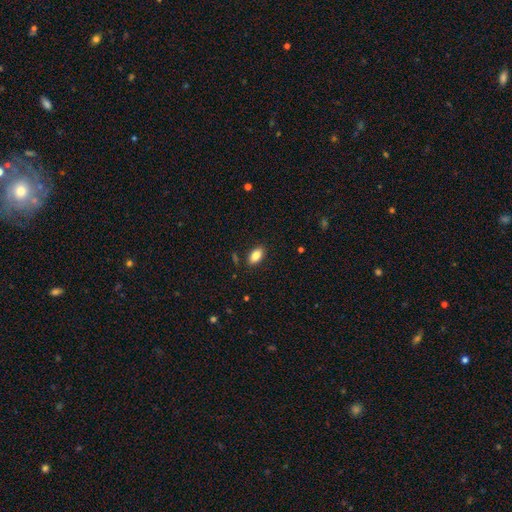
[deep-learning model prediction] A smooth galaxy with no disk features (85%) that is in between round and cigar-shaped (92%). Merging: none (87%).